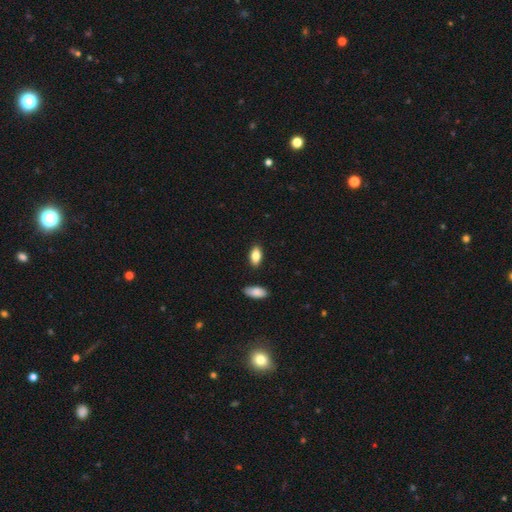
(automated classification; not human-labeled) The model was most divided on "smooth or featured": smooth: 83%, featured or disk: 10%, star or artifact: 7%. More confident: how rounded — in between (91%); merging — none (86%).